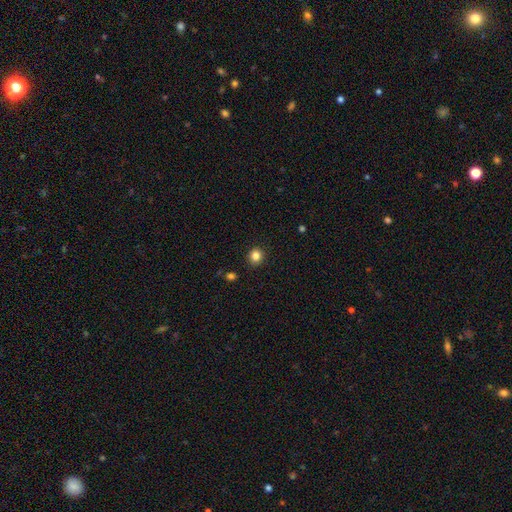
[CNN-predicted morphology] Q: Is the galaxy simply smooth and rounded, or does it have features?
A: smooth — 84%.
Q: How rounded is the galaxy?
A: round — 83%.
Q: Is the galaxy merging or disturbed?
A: none — 90%.